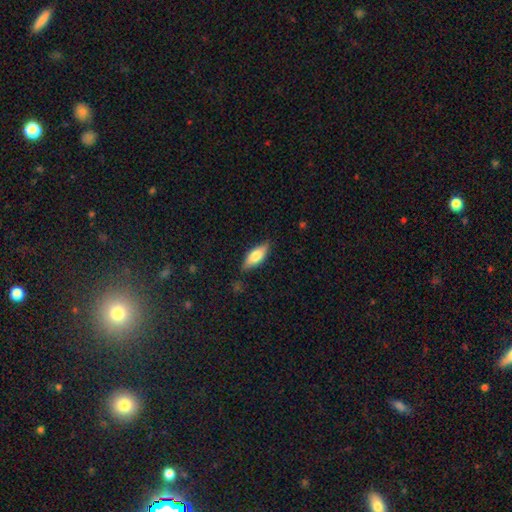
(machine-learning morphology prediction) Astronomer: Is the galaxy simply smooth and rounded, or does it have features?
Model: smooth — 71%.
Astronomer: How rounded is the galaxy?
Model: in between — 71%.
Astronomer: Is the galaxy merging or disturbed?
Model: none — 82%.